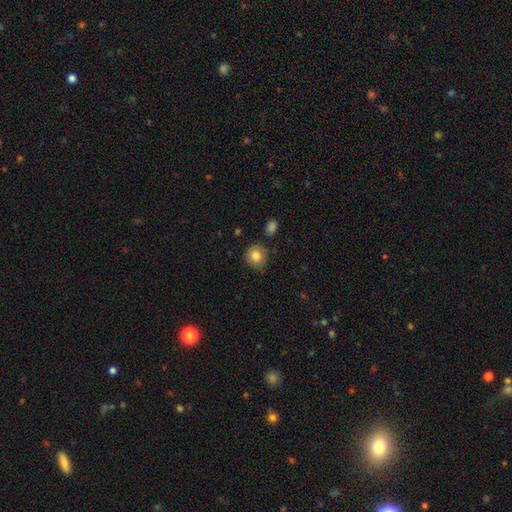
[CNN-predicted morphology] Smooth or featured?
  - smooth: 80% *
  - featured or disk: 11%
  - star or artifact: 9%
How rounded?
  - round: 88% *
  - in between: 11%
  - cigar-shaped: 1%
Merging?
  - none: 70% *
  - minor disturbance: 22%
  - major disturbance: 5%
  - merger: 3%